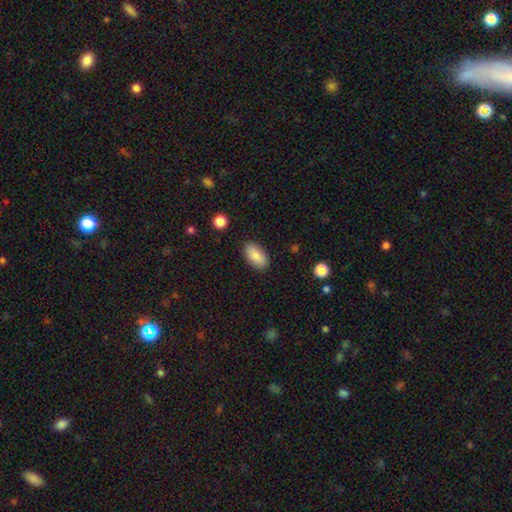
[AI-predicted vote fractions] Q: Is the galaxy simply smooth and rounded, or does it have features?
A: smooth — 84%.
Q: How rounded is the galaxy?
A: in between — 93%.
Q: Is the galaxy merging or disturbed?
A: none — 86%.